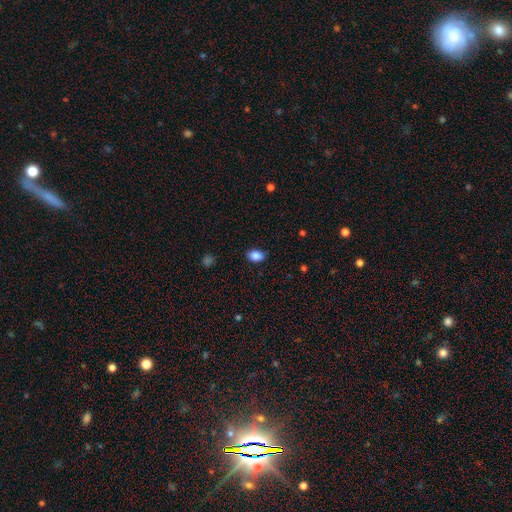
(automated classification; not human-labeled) This is clearly a smooth galaxy (86%). How rounded: clearly in between (82%). Merging: clearly none (85%).